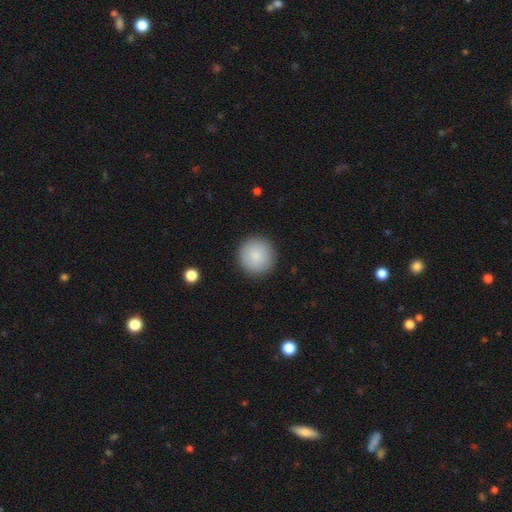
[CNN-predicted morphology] Q: Smooth or featured?
A: smooth (86%); runner-up: featured or disk (7%)
Q: How rounded?
A: round (95%); runner-up: in between (4%)
Q: Merging?
A: none (91%); runner-up: minor disturbance (6%)